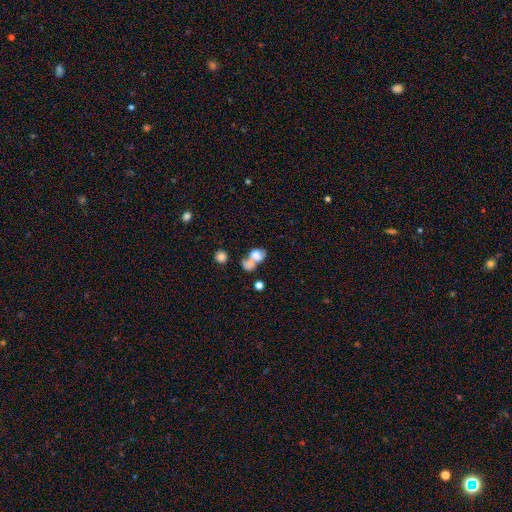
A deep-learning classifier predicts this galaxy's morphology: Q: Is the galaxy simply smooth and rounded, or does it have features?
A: smooth — 68%.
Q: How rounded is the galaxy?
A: in between — 63%.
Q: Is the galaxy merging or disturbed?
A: merger — 62%.